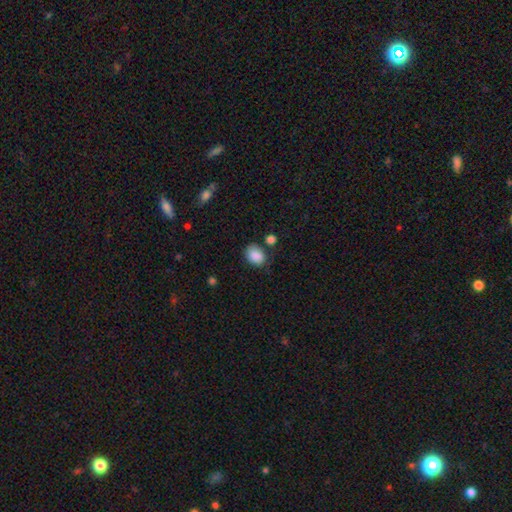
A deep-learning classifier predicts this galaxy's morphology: Smooth or featured? smooth (87%)
How rounded? in between (63%)
Merging? none (65%)